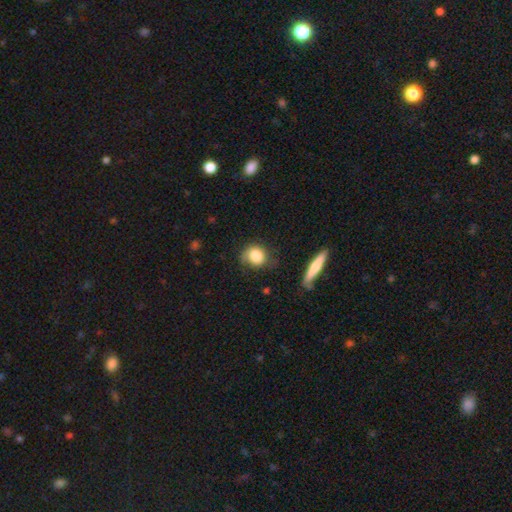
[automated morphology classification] type=smooth (81%); roundness=round (73%); merging=none (59%).